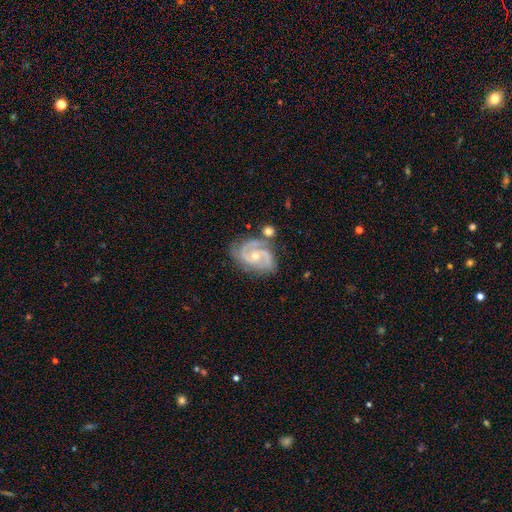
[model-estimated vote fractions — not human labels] featured or disk 91%, star or artifact 5%, smooth 4%. Down the decision tree: edge-on disk — no (98%); bar — no (62%); spiral arms — yes (98%); spiral arm count — 2 (59%); spiral winding — tight (47%, tied with medium); bulge size — small (52%); merging — none (65%).